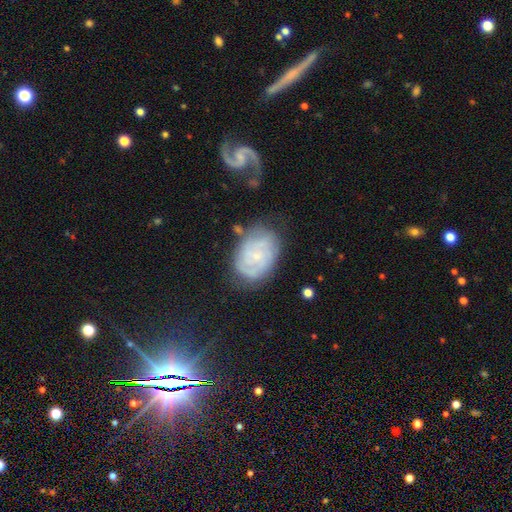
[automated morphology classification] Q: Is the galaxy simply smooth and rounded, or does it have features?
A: featured or disk — 74%.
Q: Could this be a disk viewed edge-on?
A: no — 97%.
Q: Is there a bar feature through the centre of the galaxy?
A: no — 65%.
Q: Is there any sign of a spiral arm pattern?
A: yes — 92%.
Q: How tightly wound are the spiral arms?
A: tight — 57%.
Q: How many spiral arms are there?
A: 2 — 33%, tied with can't tell.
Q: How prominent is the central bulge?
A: small — 77%.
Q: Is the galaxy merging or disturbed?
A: none — 65%.